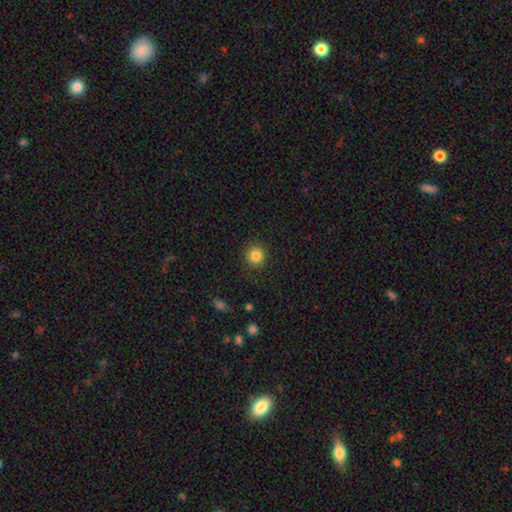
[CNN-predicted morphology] Overall: smooth (84%). How rounded: round (91%). Merging: none (90%).